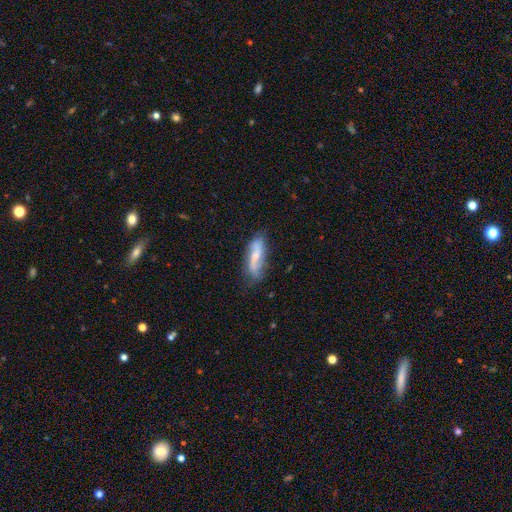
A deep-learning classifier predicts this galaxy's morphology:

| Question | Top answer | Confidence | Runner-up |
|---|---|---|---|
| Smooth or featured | featured or disk | 57% | smooth (36%) |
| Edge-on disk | no | 81% | yes (19%) |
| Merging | none | 69% | minor disturbance (22%) |